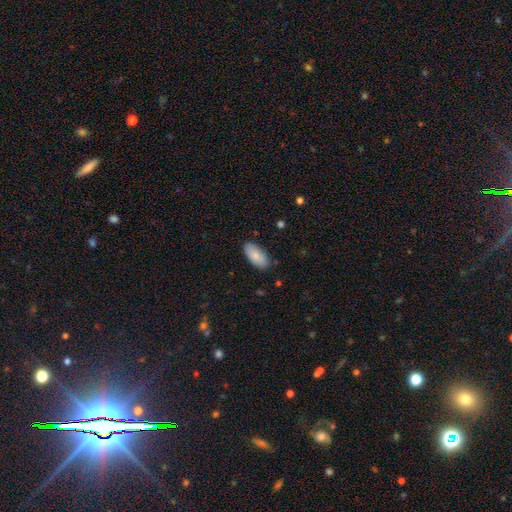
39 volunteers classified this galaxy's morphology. Smooth or featured?
  - smooth: 90% *
  - featured or disk: 8%
  - star or artifact: 3%
How rounded?
  - in between: 89% *
  - cigar-shaped: 11%
  - round: 0%
Merging?
  - none: 82% *
  - minor disturbance: 11%
  - merger: 5%
  - major disturbance: 3%